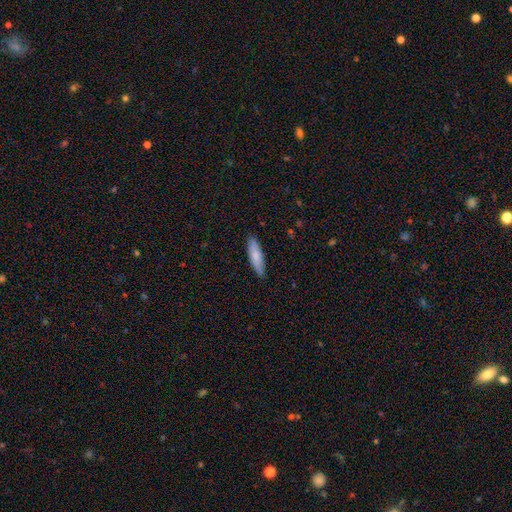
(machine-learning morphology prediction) The model was most divided on "how rounded": cigar-shaped: 62%, in between: 36%, round: 2%. More confident: merging — none (85%); smooth or featured — smooth (76%).